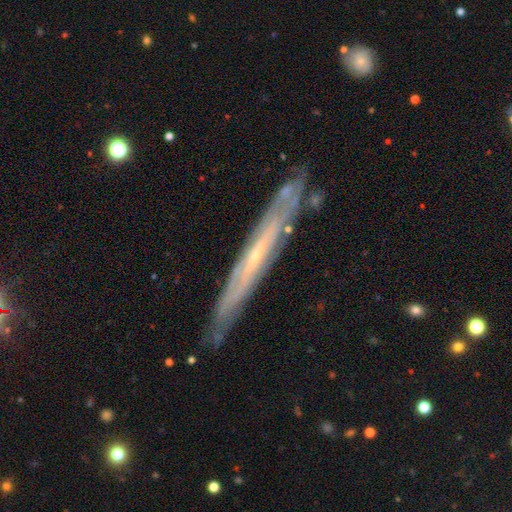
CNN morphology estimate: Smooth or featured?
  - featured or disk: 75% *
  - smooth: 19%
  - star or artifact: 7%
Edge-on disk?
  - yes: 81% *
  - no: 19%
Edge-on bulge?
  - none: 63% *
  - rounded: 34%
  - boxy: 3%
Merging?
  - none: 82% *
  - minor disturbance: 14%
  - major disturbance: 2%
  - merger: 2%